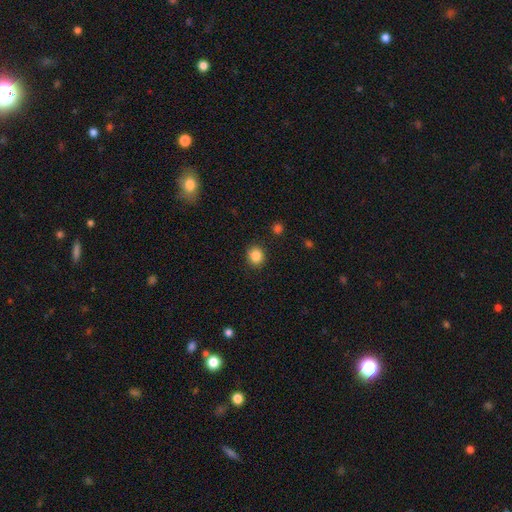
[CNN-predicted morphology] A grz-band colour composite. It shows a smooth galaxy with no disk features (86%) that is round (74%). Merging: none (87%).